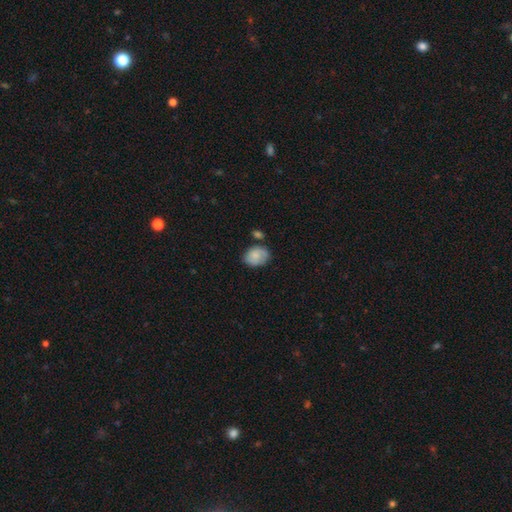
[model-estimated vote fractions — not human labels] A smooth galaxy with no disk features (74%) that is in between round and cigar-shaped (63%).

Vote fractions:
- Smooth or featured? smooth: 74% / featured or disk: 18% / star or artifact: 7%
- How rounded? in between: 63% / round: 36% / cigar-shaped: 1%
- Merging? none: 60% / minor disturbance: 26% / merger: 8% / major disturbance: 6%